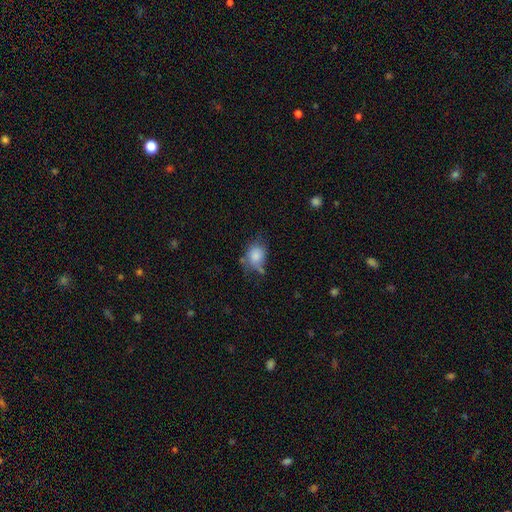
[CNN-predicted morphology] Smooth or featured?
  - smooth: 79% *
  - featured or disk: 12%
  - star or artifact: 9%
How rounded?
  - round: 51% *
  - in between: 48%
  - cigar-shaped: 1%
Merging?
  - none: 44% *
  - minor disturbance: 34%
  - major disturbance: 14%
  - merger: 8%